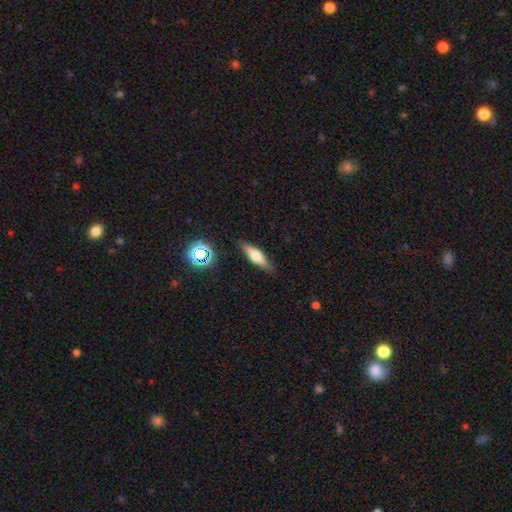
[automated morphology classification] smooth-or-featured: smooth: 55% | featured or disk: 36% | star or artifact: 10%
  how-rounded: cigar-shaped: 59% | in between: 38% | round: 3%
  merging: none: 85% | minor disturbance: 10% | major disturbance: 2% | merger: 2%